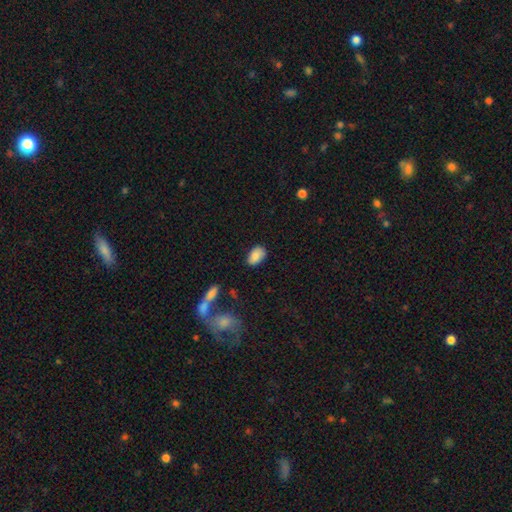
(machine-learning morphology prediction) Overall: smooth (85%). How rounded: in between (91%). Merging: none (79%).